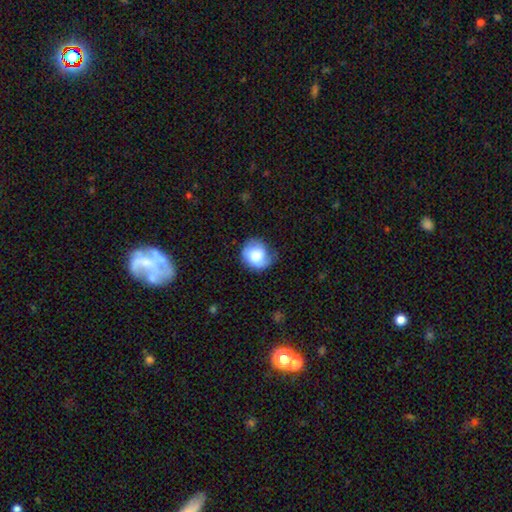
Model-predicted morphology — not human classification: Smooth or featured? Predicted: smooth (p=0.68). How rounded? Predicted: round (p=0.75). Merging? Predicted: none (p=0.58).